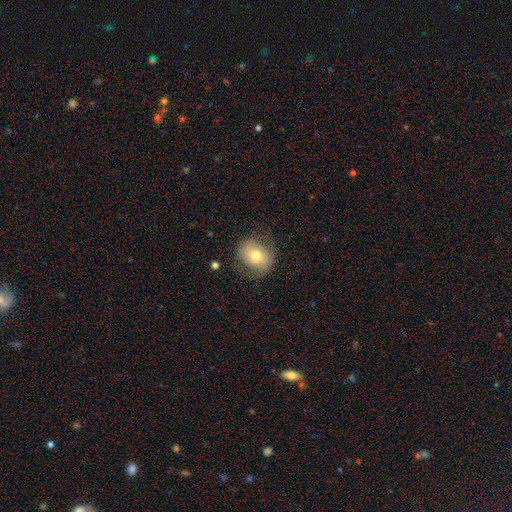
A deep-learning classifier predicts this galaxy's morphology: smooth-or-featured: smooth: 58% | featured or disk: 34% | star or artifact: 8%
  how-rounded: round: 62% | in between: 37% | cigar-shaped: 1%
  merging: none: 68% | minor disturbance: 21% | major disturbance: 9% | merger: 1%